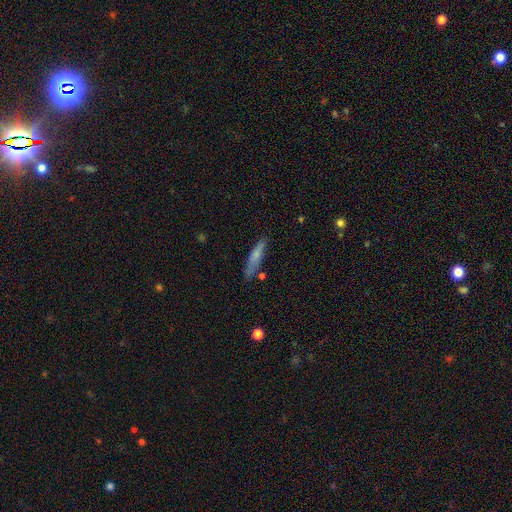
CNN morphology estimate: Overall: smooth (67%). How rounded: cigar-shaped (83%). Merging: none (71%).